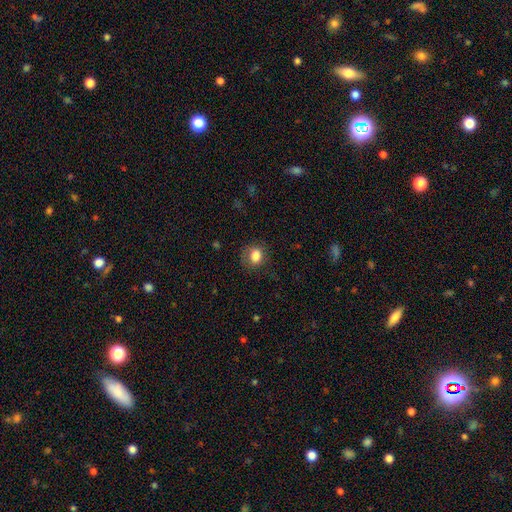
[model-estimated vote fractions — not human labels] Smooth or featured? Predicted: smooth (p=0.83). How rounded? Predicted: round (p=0.60). Merging? Predicted: none (p=0.76).